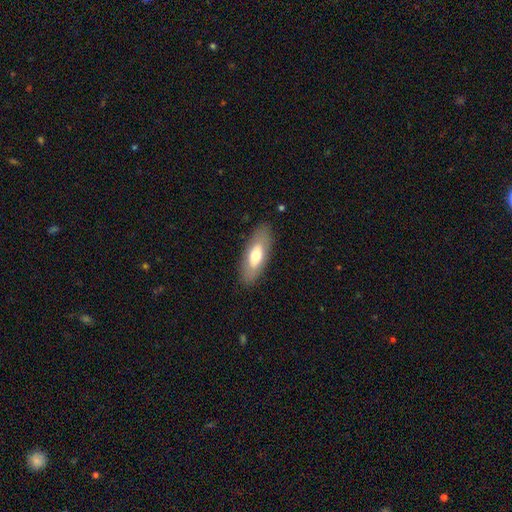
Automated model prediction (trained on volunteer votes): Morphology: type=smooth (65%); roundness=in between (75%); merging=none (86%).